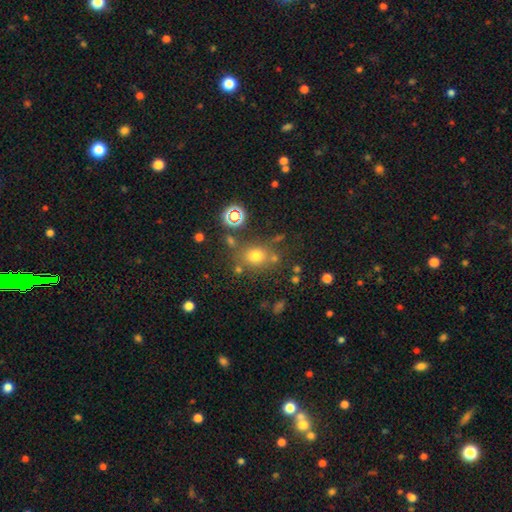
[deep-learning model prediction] A smooth galaxy with no disk features (69%) that is round (64%). Merging: none (70%).